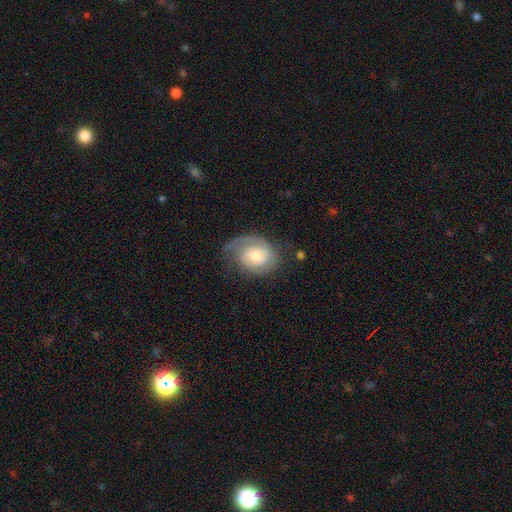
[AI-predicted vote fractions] This appears to be a featured or disk galaxy (67%) with no bar (65%), 1 (44%) tight (52%) spiral arms (89%) and a moderate central bulge (57%). Merging: none (59%).